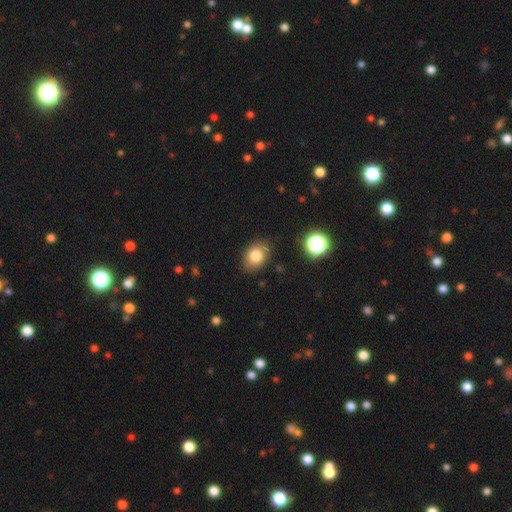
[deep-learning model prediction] Overall: smooth (80%). How rounded: in between (66%; round 33%). Merging: none (83%).